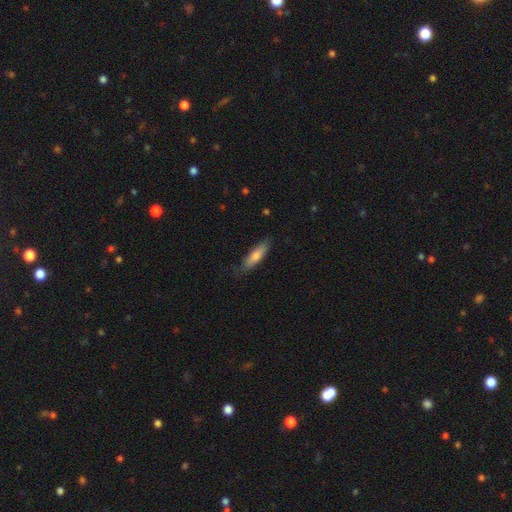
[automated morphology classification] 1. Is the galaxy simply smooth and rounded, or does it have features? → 75% smooth, 20% featured or disk, 6% star or artifact.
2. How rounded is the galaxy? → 61% cigar-shaped, 37% in between, 2% round.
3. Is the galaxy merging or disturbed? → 78% none, 18% minor disturbance, 3% major disturbance, 1% merger.